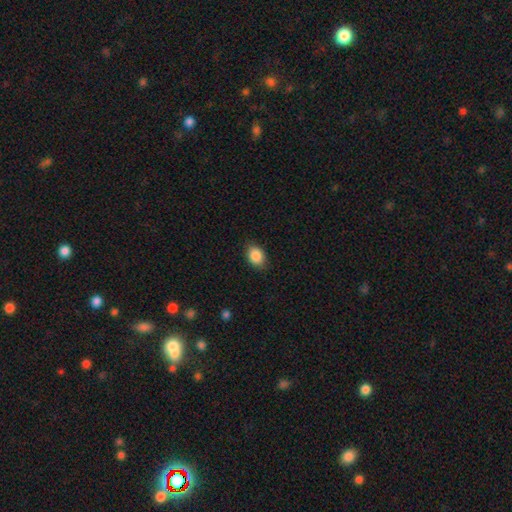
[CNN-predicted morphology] smooth_or_featured: smooth (p=0.88) [alt: star or artifact p=0.08]
how_rounded: in between (p=0.72) [alt: round p=0.27]
merging: none (p=0.85) [alt: minor disturbance p=0.11]